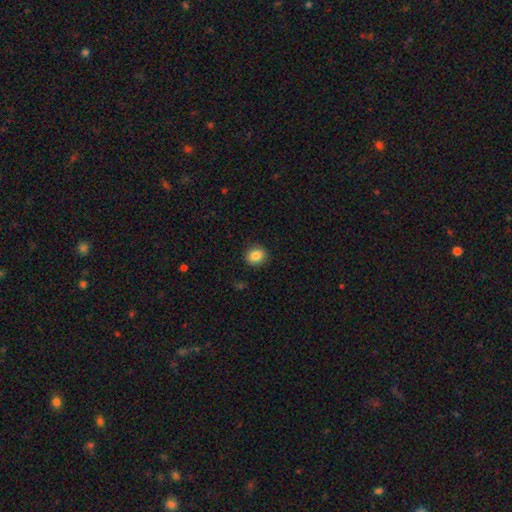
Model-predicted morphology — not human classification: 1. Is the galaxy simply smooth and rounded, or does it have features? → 86% smooth, 9% star or artifact, 5% featured or disk.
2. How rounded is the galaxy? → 69% round, 31% in between, 1% cigar-shaped.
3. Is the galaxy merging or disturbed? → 90% none, 7% minor disturbance, 2% major disturbance, 1% merger.